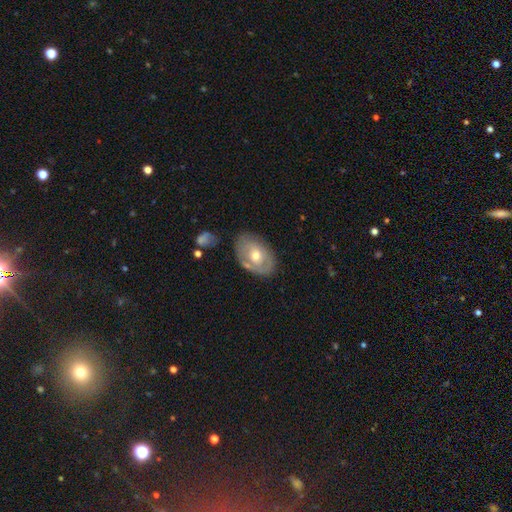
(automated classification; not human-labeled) Q: Smooth or featured?
A: featured or disk (51%); runner-up: smooth (42%)
Q: Edge-on disk?
A: no (91%); runner-up: yes (9%)
Q: Merging?
A: none (69%); runner-up: minor disturbance (20%)